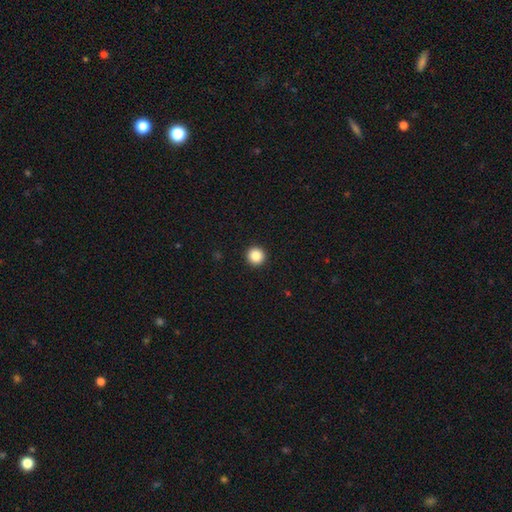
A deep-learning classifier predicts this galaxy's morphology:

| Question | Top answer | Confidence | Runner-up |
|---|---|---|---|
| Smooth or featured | smooth | 86% | star or artifact (10%) |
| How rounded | round | 96% | in between (3%) |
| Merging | none | 94% | minor disturbance (4%) |